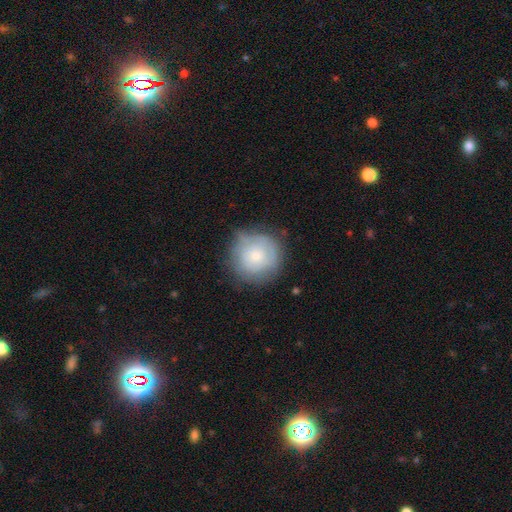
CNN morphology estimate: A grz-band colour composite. It shows a smooth galaxy with no disk features (60%) that is round (94%). Merging: none (69%).